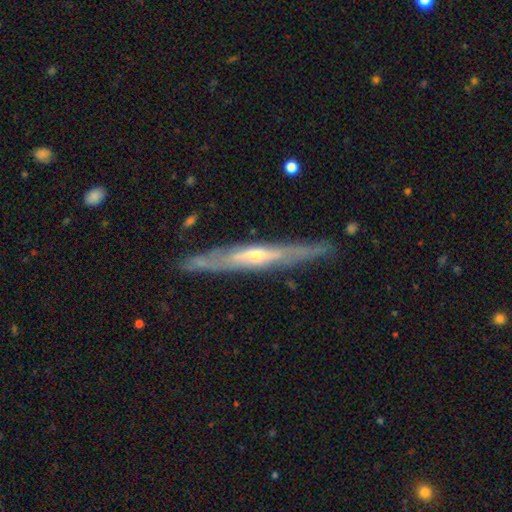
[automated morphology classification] Q: Smooth or featured?
A: featured or disk (74%); runner-up: smooth (21%)
Q: Edge-on disk?
A: yes (83%); runner-up: no (17%)
Q: Edge-on bulge?
A: rounded (68%); runner-up: none (27%)
Q: Merging?
A: none (77%); runner-up: minor disturbance (17%)